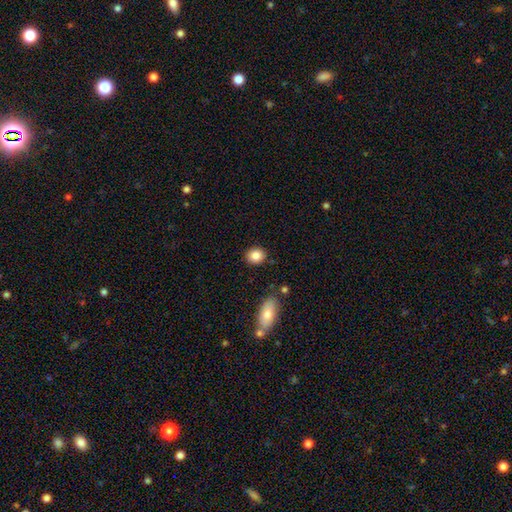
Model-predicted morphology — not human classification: Smooth or featured? Predicted: smooth (p=0.85). How rounded? Predicted: round (p=0.67). Merging? Predicted: none (p=0.85).